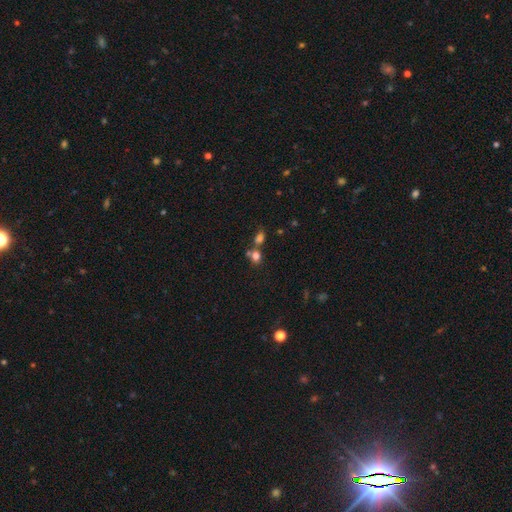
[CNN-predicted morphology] Smooth or featured? smooth (75%)
How rounded? round (67%)
Merging? none (46%)